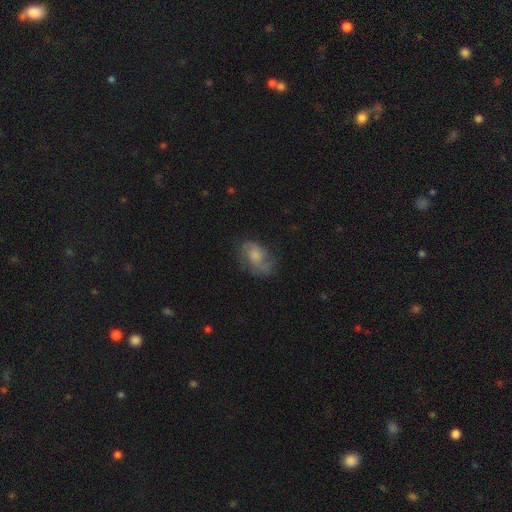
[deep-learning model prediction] Overall: featured or disk (58%; smooth 34%). Edge-on disk: no (97%). Bar: no (69%). Spiral arms: yes (86%). Bulge size: moderate (36%; small 35%). Merging: none (62%; minor disturbance 24%).